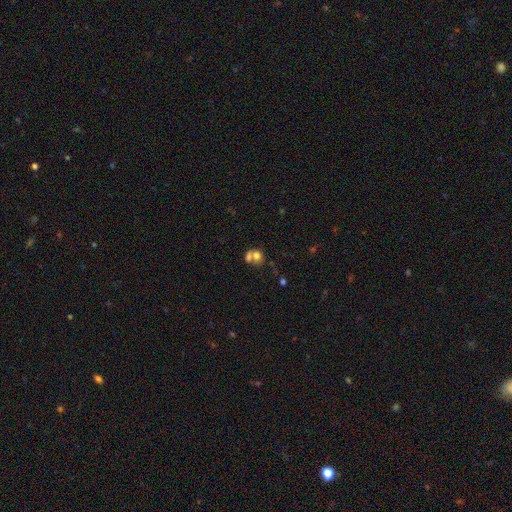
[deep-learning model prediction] smooth-or-featured: smooth: 69% | featured or disk: 19% | star or artifact: 13%
  how-rounded: round: 68% | in between: 31% | cigar-shaped: 1%
  merging: merger: 54% | none: 32% | minor disturbance: 8% | major disturbance: 5%